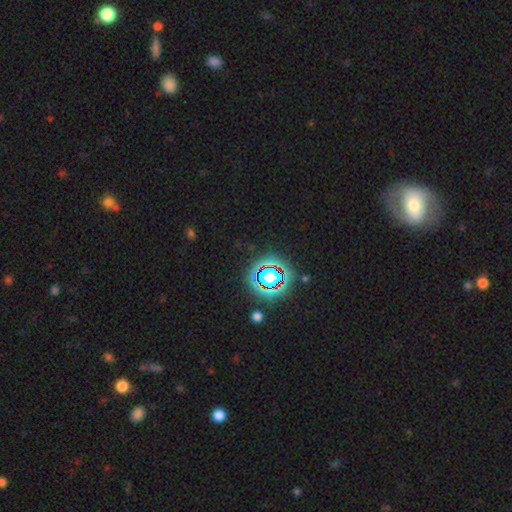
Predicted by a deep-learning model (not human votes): Q: Smooth or featured?
A: star or artifact (77%); runner-up: smooth (14%)